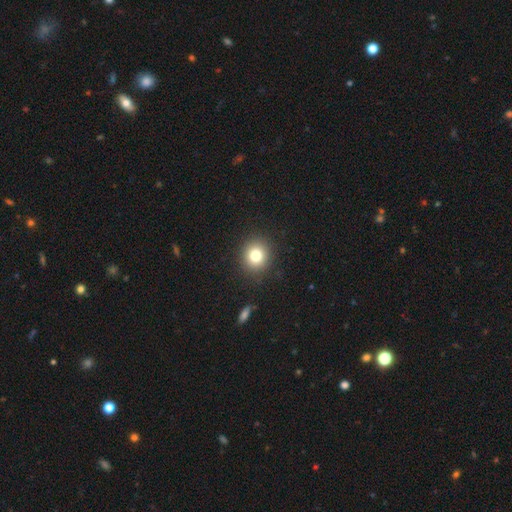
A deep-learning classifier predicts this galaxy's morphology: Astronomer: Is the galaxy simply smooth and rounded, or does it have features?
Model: smooth — 79%.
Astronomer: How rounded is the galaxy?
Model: round — 87%.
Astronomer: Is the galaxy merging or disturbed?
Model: none — 90%.